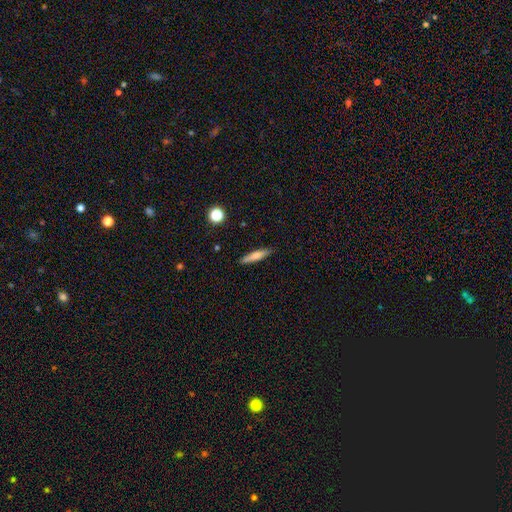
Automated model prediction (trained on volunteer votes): Overall: smooth (66%). How rounded: cigar-shaped (85%). Merging: none (87%).